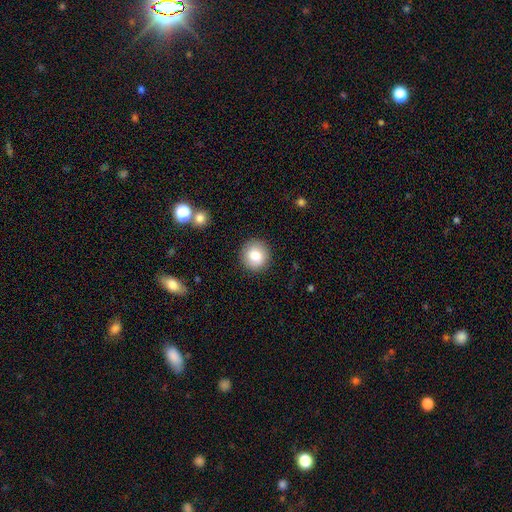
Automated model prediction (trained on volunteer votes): A smooth galaxy with no disk features (81%) that is round (93%).

Vote fractions:
- Smooth or featured? smooth: 81% / featured or disk: 10% / star or artifact: 9%
- How rounded? round: 93% / in between: 6% / cigar-shaped: 1%
- Merging? none: 91% / minor disturbance: 6% / major disturbance: 2% / merger: 1%